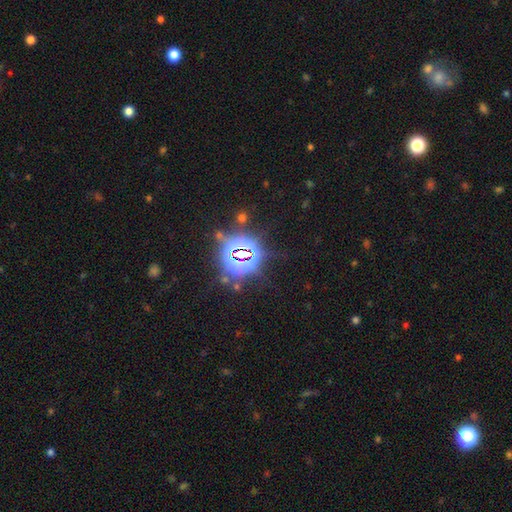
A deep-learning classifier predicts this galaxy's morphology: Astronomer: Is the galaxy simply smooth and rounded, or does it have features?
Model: star or artifact — 84%.